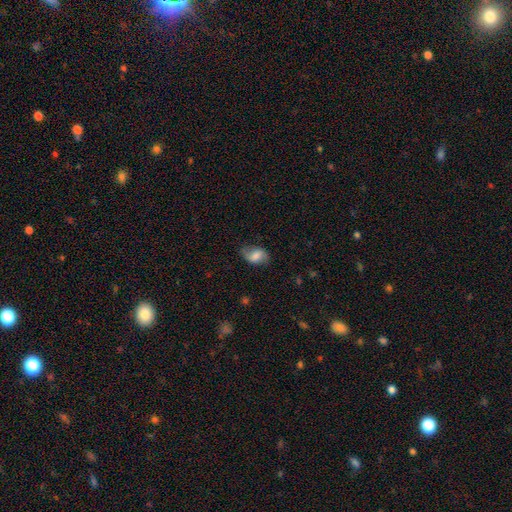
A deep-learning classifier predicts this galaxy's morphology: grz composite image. It shows a smooth galaxy with no disk features (52%) that is in between round and cigar-shaped (83%). Merging: none (71%).